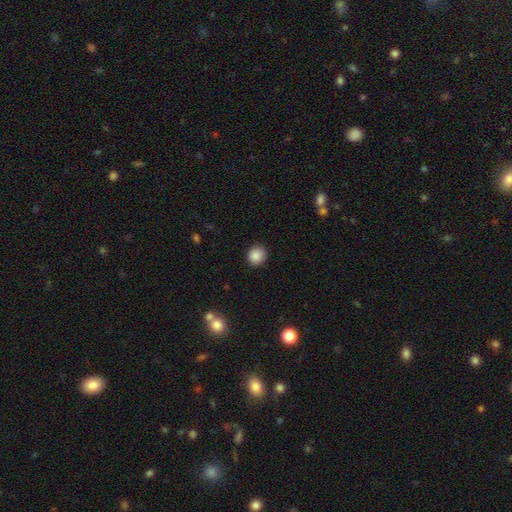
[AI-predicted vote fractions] A smooth galaxy with no disk features (87%) that is round (91%). Merging: none (90%).